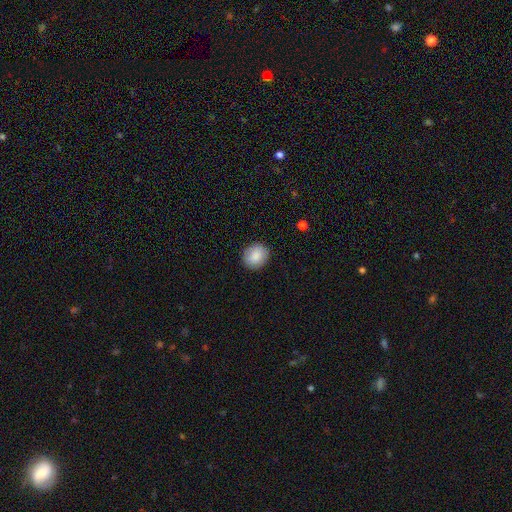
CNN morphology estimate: Q: Smooth or featured?
A: smooth (87%); runner-up: star or artifact (7%)
Q: How rounded?
A: round (71%); runner-up: in between (28%)
Q: Merging?
A: none (89%); runner-up: minor disturbance (8%)